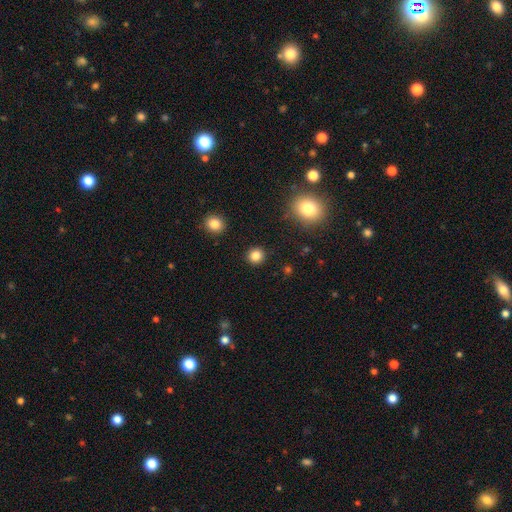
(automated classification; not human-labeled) Overall: smooth (84%). How rounded: round (92%). Merging: none (92%).